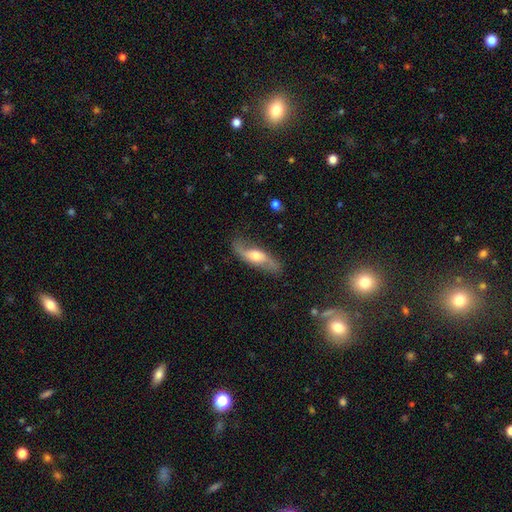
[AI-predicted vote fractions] Q: Smooth or featured?
A: featured or disk (69%); runner-up: smooth (26%)
Q: Edge-on disk?
A: no (74%); runner-up: yes (26%)
Q: Bar?
A: no (55%); runner-up: weak (33%)
Q: Spiral arms?
A: yes (87%); runner-up: no (13%)
Q: Bulge size?
A: moderate (66%); runner-up: small (18%)
Q: Merging?
A: none (74%); runner-up: minor disturbance (18%)